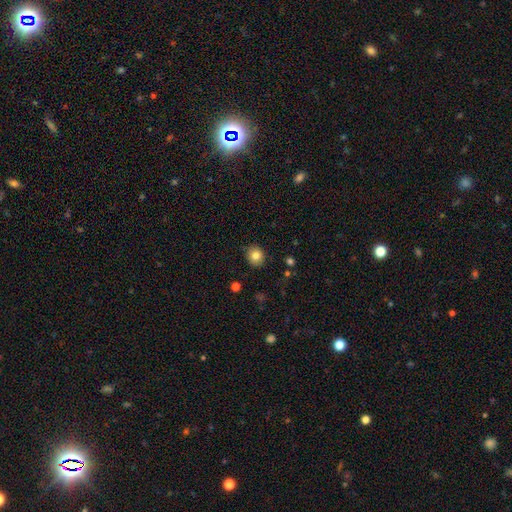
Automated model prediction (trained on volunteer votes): A smooth galaxy with no disk features (82%) that is round (77%). Merging: none (88%).